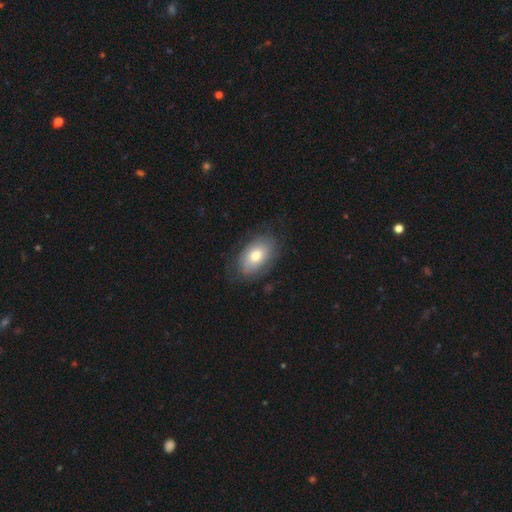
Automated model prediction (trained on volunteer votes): Overall: smooth (66%; featured or disk 27%). How rounded: in between (88%). Merging: none (73%).